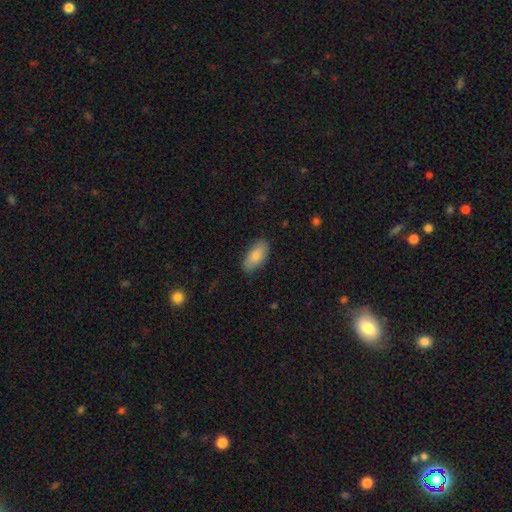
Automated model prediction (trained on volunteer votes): This is clearly a smooth galaxy (83%). How rounded: clearly in between (91%). Merging: clearly none (85%).